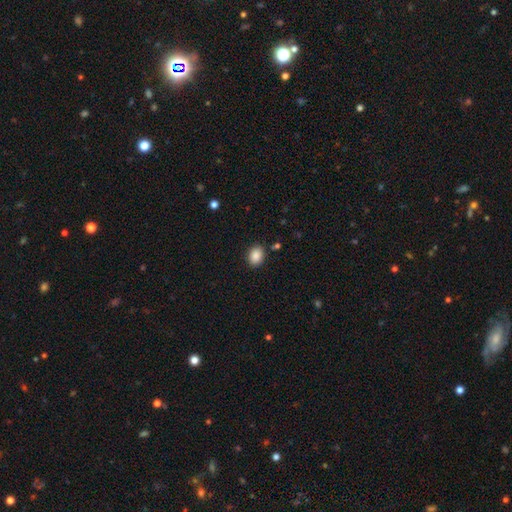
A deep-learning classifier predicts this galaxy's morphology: Smooth or featured: smooth — 88% (star or artifact — 8%)
How rounded: in between — 65% (round — 34%)
Merging: none — 87% (minor disturbance — 9%)